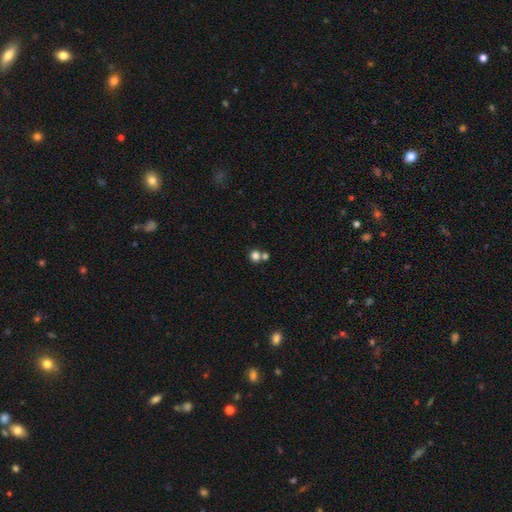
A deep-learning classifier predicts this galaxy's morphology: Smooth or featured? smooth (79%)
How rounded? round (85%)
Merging? none (55%)